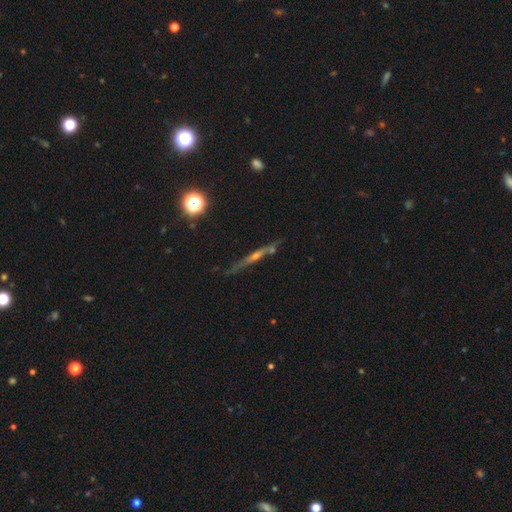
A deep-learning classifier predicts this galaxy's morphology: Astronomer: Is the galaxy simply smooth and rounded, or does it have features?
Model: featured or disk — 66%.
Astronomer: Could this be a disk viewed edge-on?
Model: yes — 93%.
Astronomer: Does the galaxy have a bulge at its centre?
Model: rounded — 57% (runner-up: none, 34%).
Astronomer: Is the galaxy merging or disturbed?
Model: none — 75%.